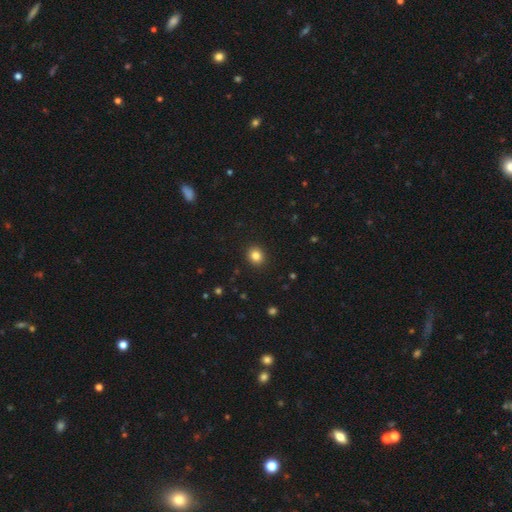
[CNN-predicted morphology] Smooth or featured? Predicted: smooth (p=0.83). How rounded? Predicted: round (p=0.77). Merging? Predicted: none (p=0.91).